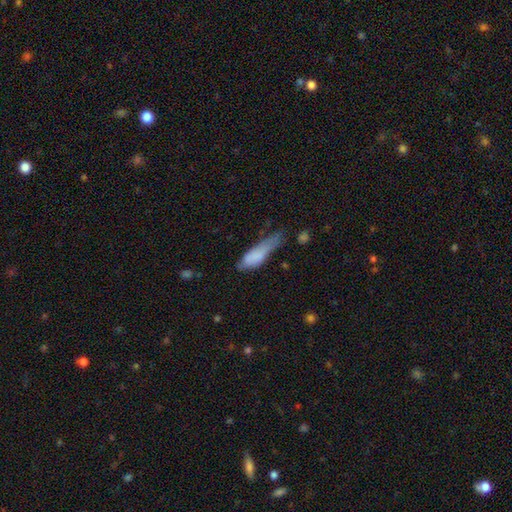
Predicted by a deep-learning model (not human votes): A smooth galaxy with no disk features (76%) that is cigar-shaped (51%). Merging: minor disturbance (40%).